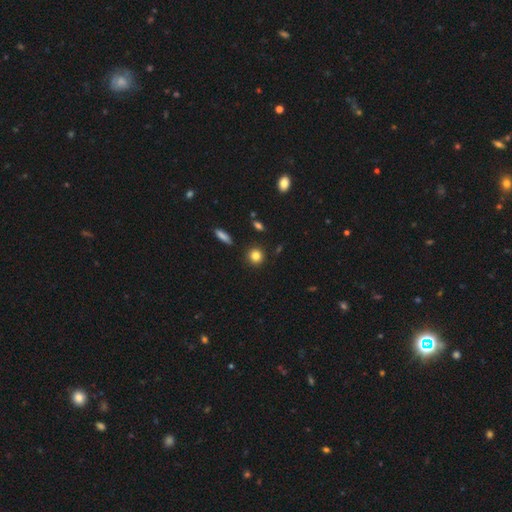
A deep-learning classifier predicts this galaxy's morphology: Smooth or featured? Predicted: smooth (p=0.83). How rounded? Predicted: round (p=0.89). Merging? Predicted: none (p=0.90).